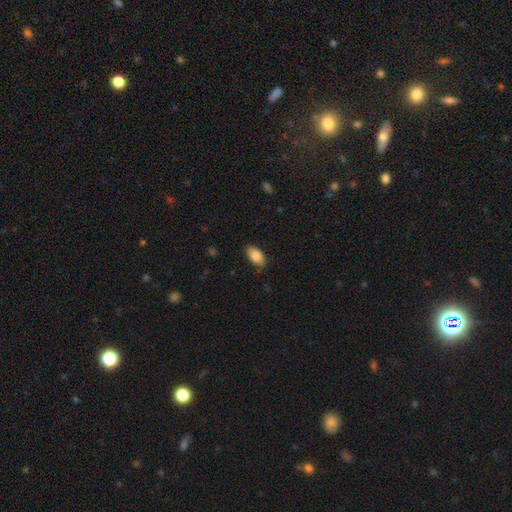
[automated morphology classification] A smooth galaxy with no disk features (86%) that is in between round and cigar-shaped (93%). Merging: none (84%).